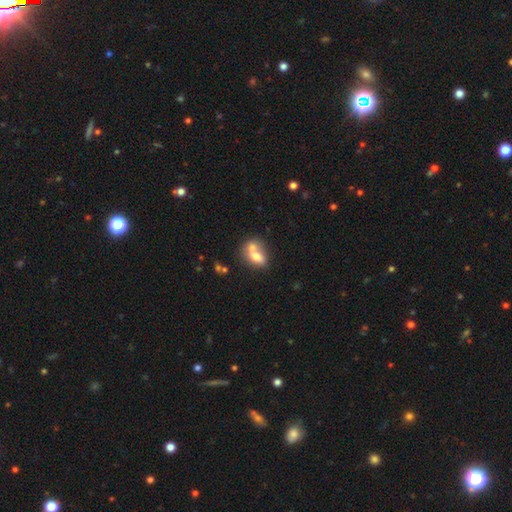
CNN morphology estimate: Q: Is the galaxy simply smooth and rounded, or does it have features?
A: smooth — 69%.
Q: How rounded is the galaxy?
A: in between — 75%.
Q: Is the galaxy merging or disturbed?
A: merger — 61%.